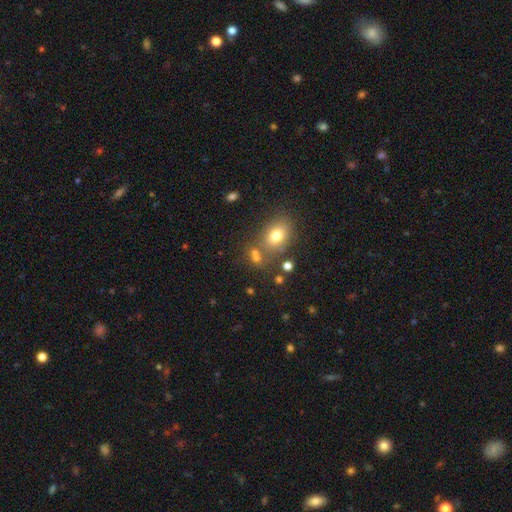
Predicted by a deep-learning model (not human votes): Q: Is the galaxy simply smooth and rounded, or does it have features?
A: smooth — 67%.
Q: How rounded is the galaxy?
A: in between — 61%.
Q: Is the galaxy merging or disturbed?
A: none — 60%.